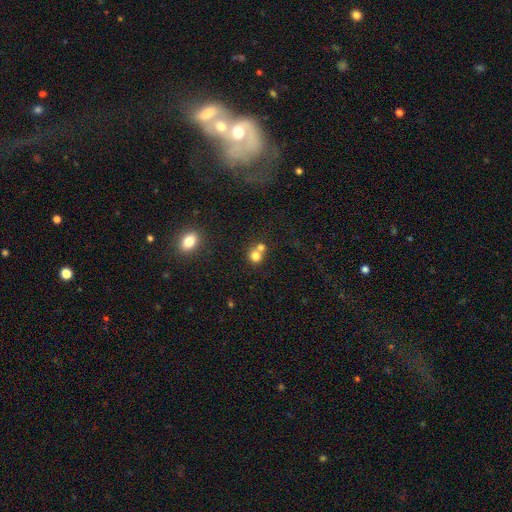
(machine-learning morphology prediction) This appears to be a smooth galaxy with no disk features (76%) that is round (85%). Merging: none (45%, tied with merger).